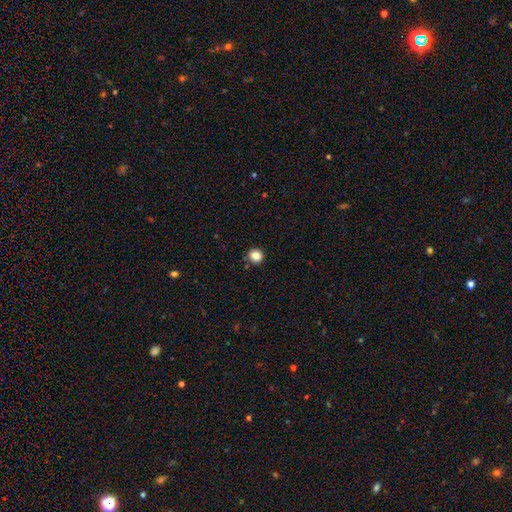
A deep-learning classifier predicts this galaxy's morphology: smooth-or-featured: smooth: 84% | star or artifact: 11% | featured or disk: 5%
  how-rounded: round: 91% | in between: 8% | cigar-shaped: 1%
  merging: none: 89% | minor disturbance: 7% | merger: 2% | major disturbance: 2%